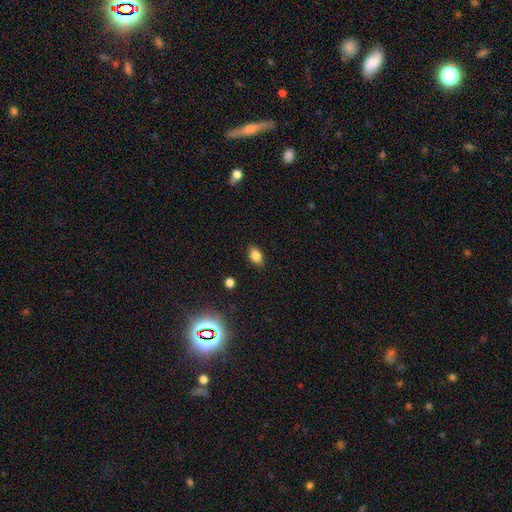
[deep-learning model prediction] Q: Smooth or featured?
A: smooth (82%); runner-up: star or artifact (11%)
Q: How rounded?
A: in between (86%); runner-up: round (12%)
Q: Merging?
A: none (87%); runner-up: minor disturbance (10%)